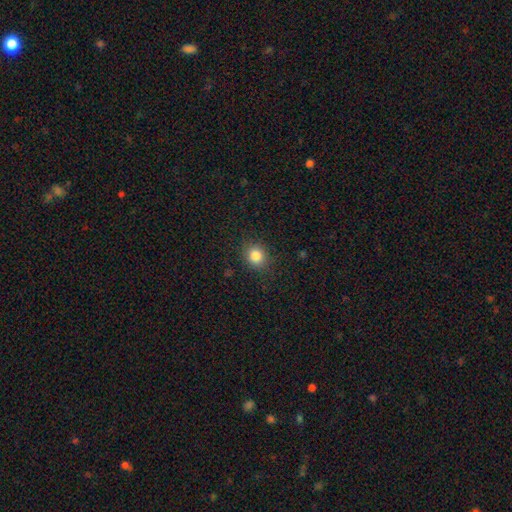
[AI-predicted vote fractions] A smooth galaxy with no disk features (84%) that is round (80%).

Vote fractions:
- Smooth or featured? smooth: 84% / star or artifact: 11% / featured or disk: 5%
- How rounded? round: 80% / in between: 19% / cigar-shaped: 1%
- Merging? none: 87% / minor disturbance: 9% / major disturbance: 3% / merger: 1%